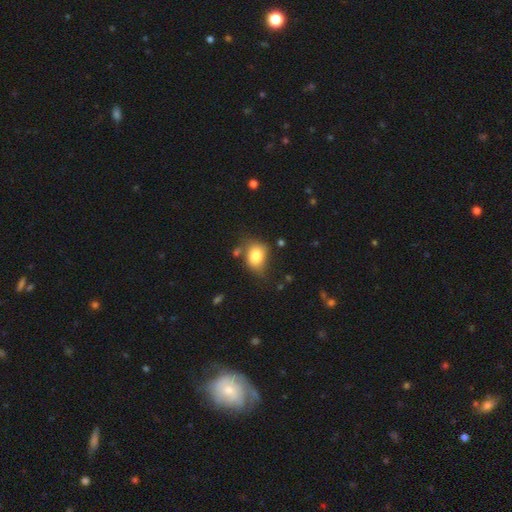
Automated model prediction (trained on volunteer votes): Morphology: type=smooth (81%); roundness=in between (61%); merging=none (54%).